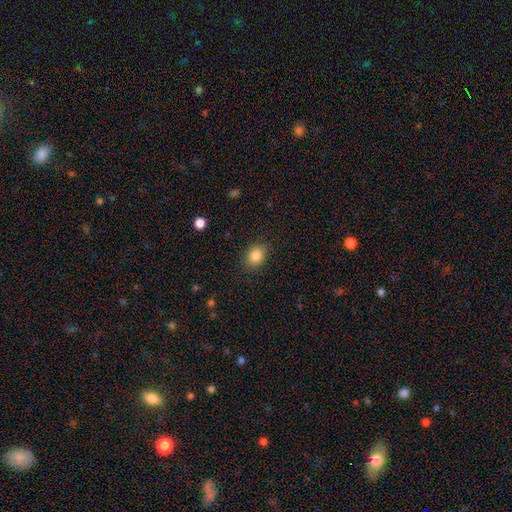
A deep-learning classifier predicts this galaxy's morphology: Smooth or featured? Predicted: smooth (p=0.85). How rounded? Predicted: in between (p=0.53). Merging? Predicted: none (p=0.87).